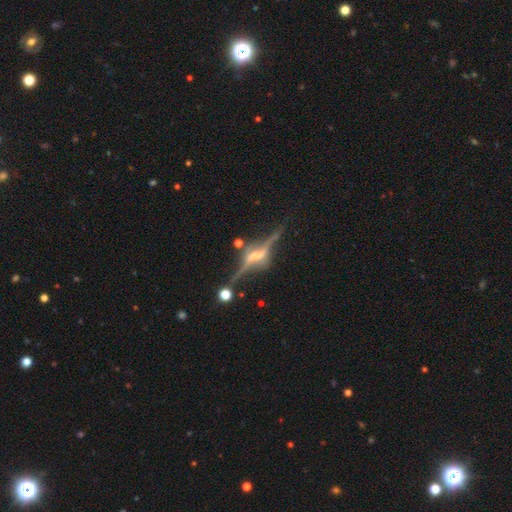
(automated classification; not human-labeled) smooth-or-featured: featured or disk: 86% | star or artifact: 7% | smooth: 6%
  disk-edge-on: yes: 93% | no: 7%
    edge-on-bulge: rounded: 67% | boxy: 24% | none: 8%
  merging: none: 71% | minor disturbance: 16% | major disturbance: 8% | merger: 6%